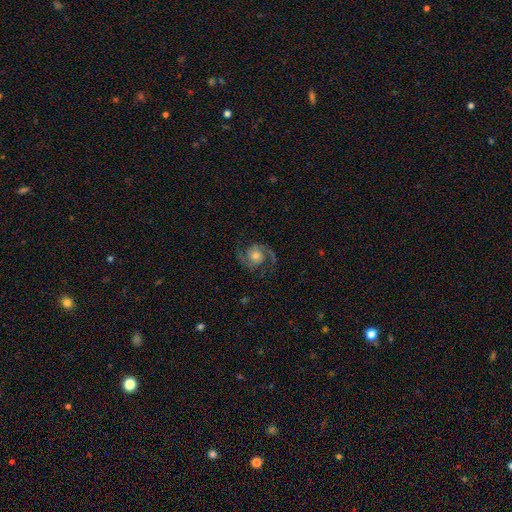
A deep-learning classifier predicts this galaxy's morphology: Q: Smooth or featured?
A: featured or disk (89%); runner-up: star or artifact (6%)
Q: Edge-on disk?
A: no (98%); runner-up: yes (2%)
Q: Bar?
A: no (73%); runner-up: weak (23%)
Q: Spiral arms?
A: yes (98%); runner-up: no (2%)
Q: Spiral winding?
A: medium (58%); runner-up: tight (21%)
Q: Spiral arm count?
A: 2 (94%); runner-up: can't tell (2%)
Q: Bulge size?
A: moderate (61%); runner-up: small (23%)
Q: Merging?
A: none (81%); runner-up: minor disturbance (12%)